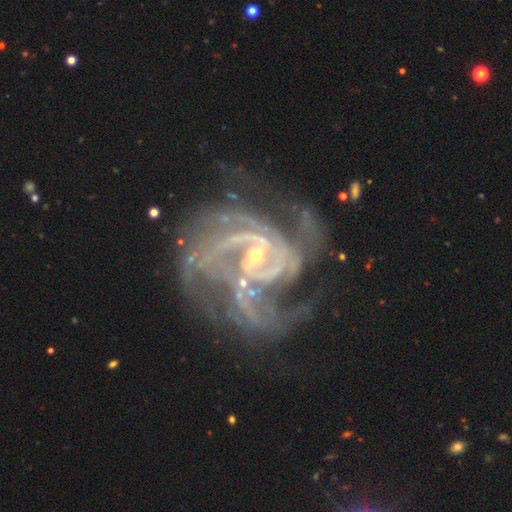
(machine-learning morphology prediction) Smooth or featured: featured or disk — 91% (star or artifact — 6%)
Edge-on disk: no — 98% (yes — 2%)
Bar: weak — 44% (no — 31%)
Spiral arms: yes — 98% (no — 2%)
Spiral winding: medium — 47% (tight — 43%)
Spiral arm count: 3 — 28% (2 — 23%)
Bulge size: small — 71% (moderate — 24%)
Merging: none — 45% (major disturbance — 28%)